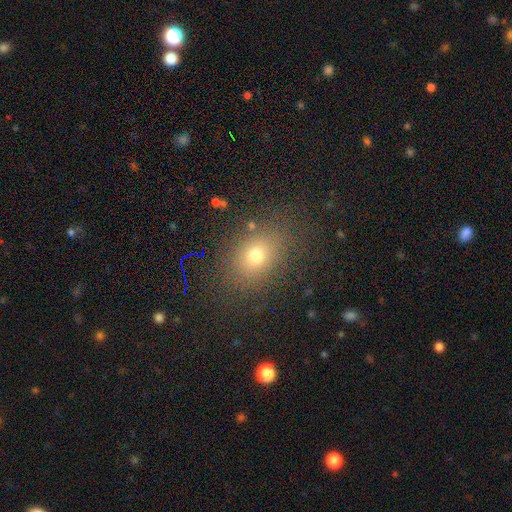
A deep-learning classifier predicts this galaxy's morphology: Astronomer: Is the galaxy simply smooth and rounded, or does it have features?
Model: smooth — 71%.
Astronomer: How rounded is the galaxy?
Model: in between — 60% (runner-up: round, 39%).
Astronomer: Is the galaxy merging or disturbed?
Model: none — 83%.